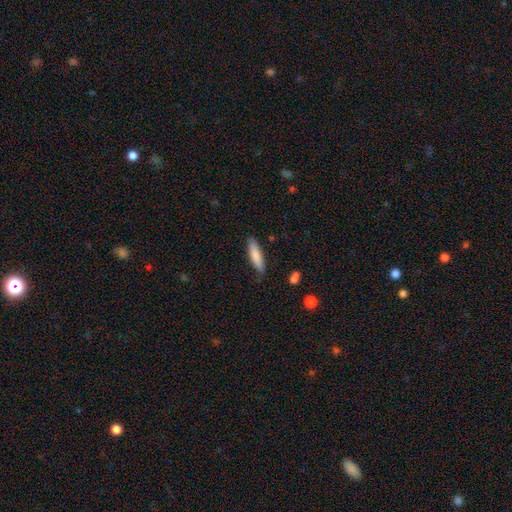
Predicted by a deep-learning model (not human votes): Smooth or featured?
  - smooth: 81% *
  - featured or disk: 13%
  - star or artifact: 6%
How rounded?
  - cigar-shaped: 70% *
  - in between: 29%
  - round: 1%
Merging?
  - none: 82% *
  - minor disturbance: 14%
  - major disturbance: 2%
  - merger: 2%